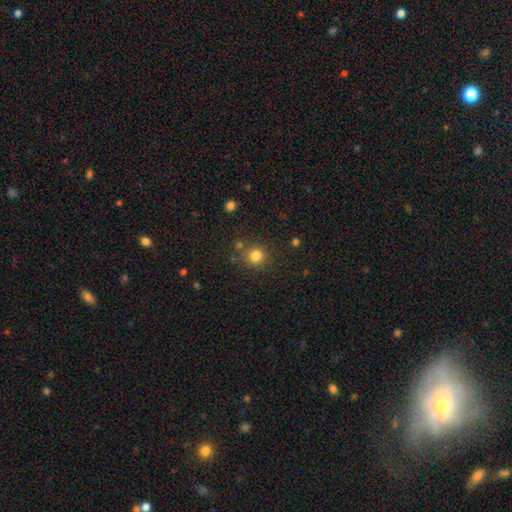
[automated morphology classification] Q: Smooth or featured?
A: smooth (82%); runner-up: star or artifact (13%)
Q: How rounded?
A: round (91%); runner-up: in between (8%)
Q: Merging?
A: none (80%); runner-up: minor disturbance (9%)